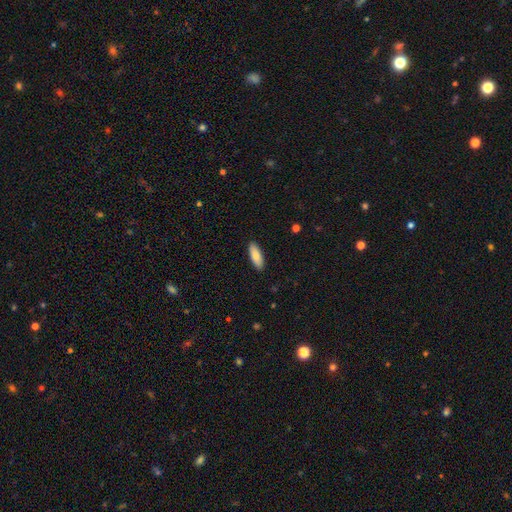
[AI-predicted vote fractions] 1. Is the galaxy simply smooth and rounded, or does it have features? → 84% smooth, 10% featured or disk, 6% star or artifact.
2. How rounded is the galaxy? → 64% in between, 35% cigar-shaped, 2% round.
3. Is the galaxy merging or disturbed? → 90% none, 7% minor disturbance, 2% major disturbance, 1% merger.